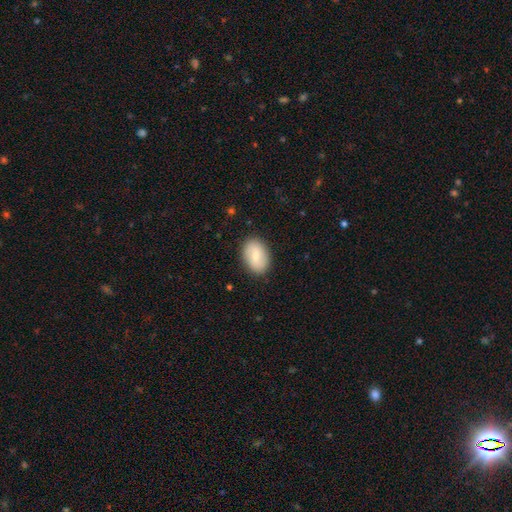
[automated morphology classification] This appears to be a smooth galaxy with no disk features (73%) that is in between round and cigar-shaped (86%). Merging: none (86%).